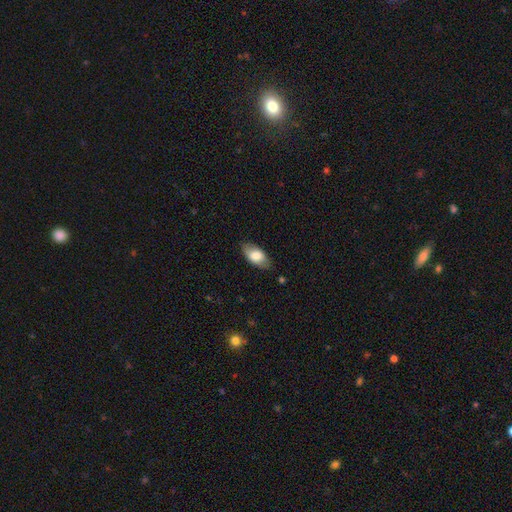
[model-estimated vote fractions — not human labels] This appears to be a smooth galaxy with no disk features (74%) that is in between round and cigar-shaped (91%). Merging: none (81%).